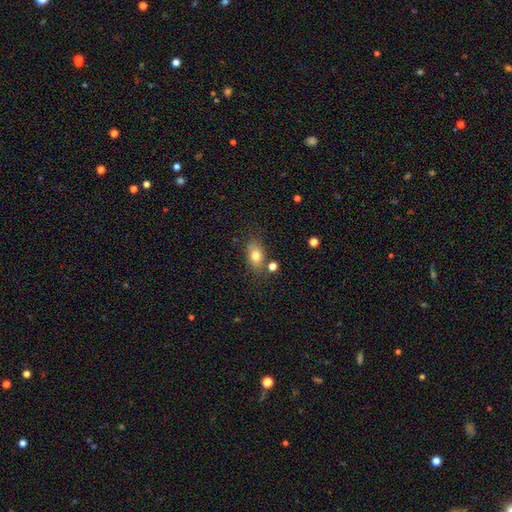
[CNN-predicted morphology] A smooth galaxy with no disk features (79%) that is in between round and cigar-shaped (80%). Merging: none (71%).